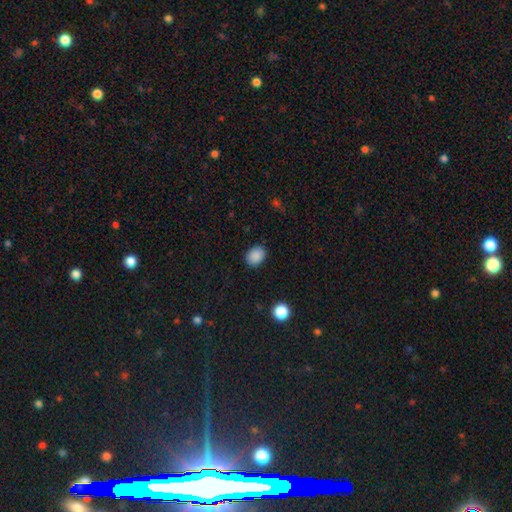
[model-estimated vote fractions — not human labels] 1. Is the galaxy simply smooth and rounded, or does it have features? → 89% smooth, 9% star or artifact, 3% featured or disk.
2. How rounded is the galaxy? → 63% in between, 37% round, 1% cigar-shaped.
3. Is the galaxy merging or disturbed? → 88% none, 9% minor disturbance, 2% major disturbance, 1% merger.